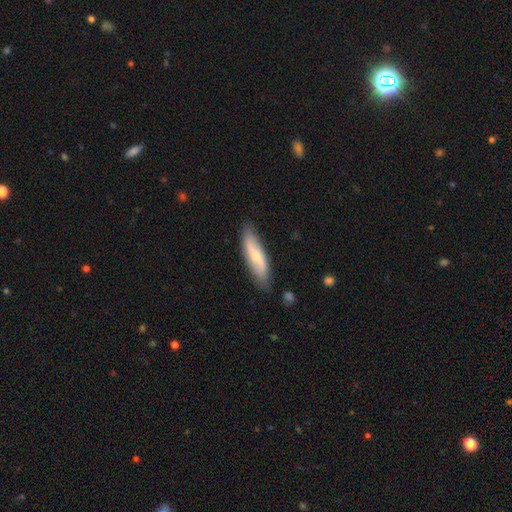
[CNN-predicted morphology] The model was most divided on "smooth or featured": smooth: 49%, featured or disk: 45%, star or artifact: 6%. More confident: merging — none (83%).